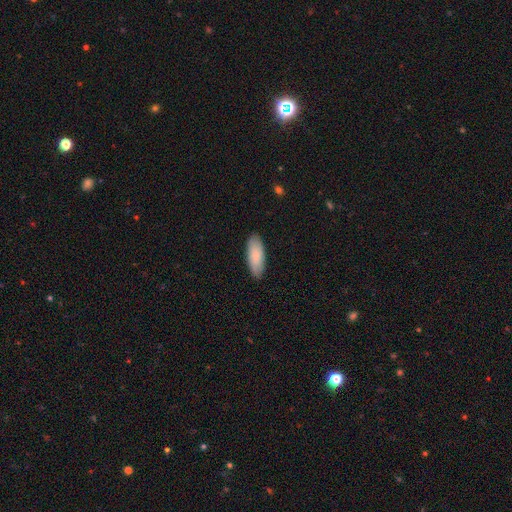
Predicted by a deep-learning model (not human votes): Morphology: type=smooth (83%); roundness=in between (78%); merging=none (87%).